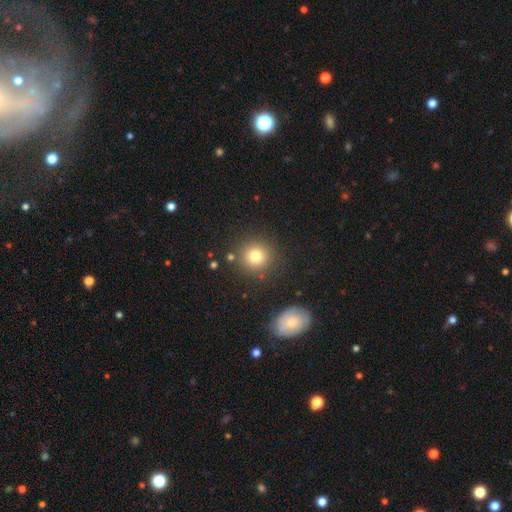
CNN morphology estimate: Smooth or featured? smooth (79%)
How rounded? round (92%)
Merging? none (85%)